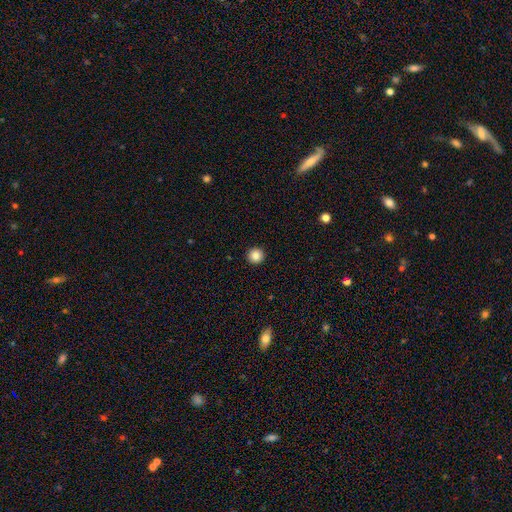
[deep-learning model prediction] This appears to be a smooth galaxy with no disk features (86%) that is round (96%). Merging: none (94%).